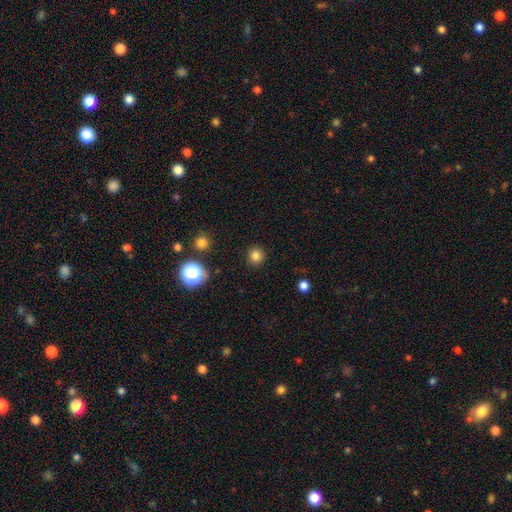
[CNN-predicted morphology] smooth 81%, star or artifact 14%, featured or disk 4%. Down the decision tree: how rounded — round (91%); merging — none (91%).